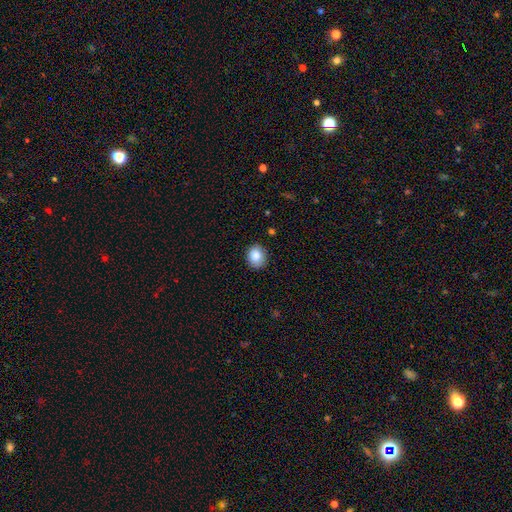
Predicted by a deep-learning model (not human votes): smooth_or_featured: smooth (p=0.86) [alt: star or artifact p=0.09]
how_rounded: round (p=0.61) [alt: in between p=0.39]
merging: none (p=0.85) [alt: minor disturbance p=0.11]